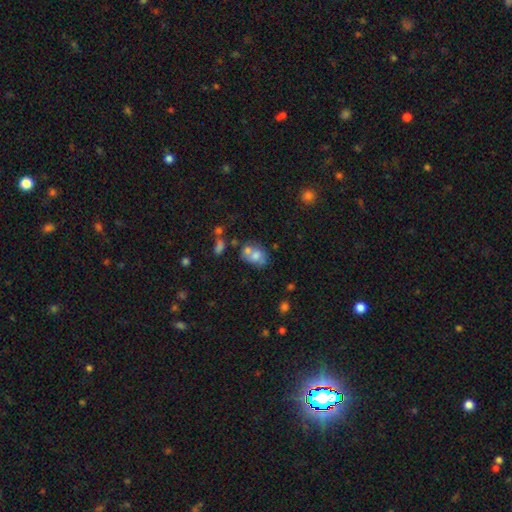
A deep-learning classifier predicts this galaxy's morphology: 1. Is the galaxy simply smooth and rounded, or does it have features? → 66% smooth, 24% featured or disk, 11% star or artifact.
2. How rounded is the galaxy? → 64% in between, 35% round, 1% cigar-shaped.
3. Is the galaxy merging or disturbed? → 45% merger, 33% none, 15% minor disturbance, 8% major disturbance.